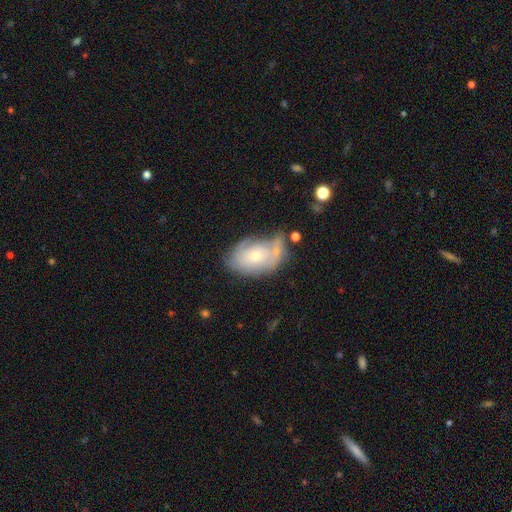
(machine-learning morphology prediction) Smooth or featured: featured or disk — 52% (smooth — 40%)
Edge-on disk: no — 94% (yes — 6%)
Merging: none — 41% (minor disturbance — 29%)